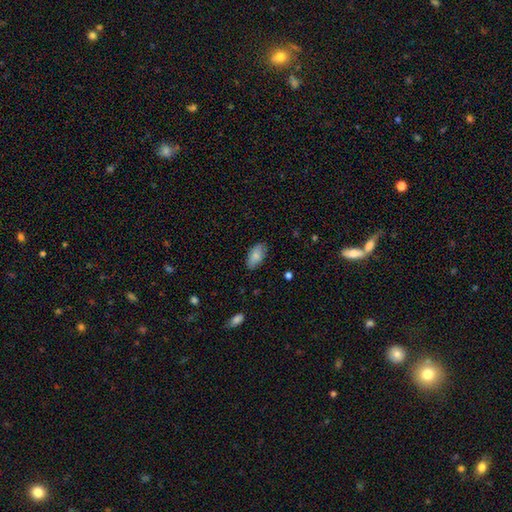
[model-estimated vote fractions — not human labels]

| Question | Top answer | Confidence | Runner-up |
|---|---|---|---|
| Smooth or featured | smooth | 83% | featured or disk (10%) |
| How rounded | in between | 93% | cigar-shaped (3%) |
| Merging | none | 83% | minor disturbance (13%) |